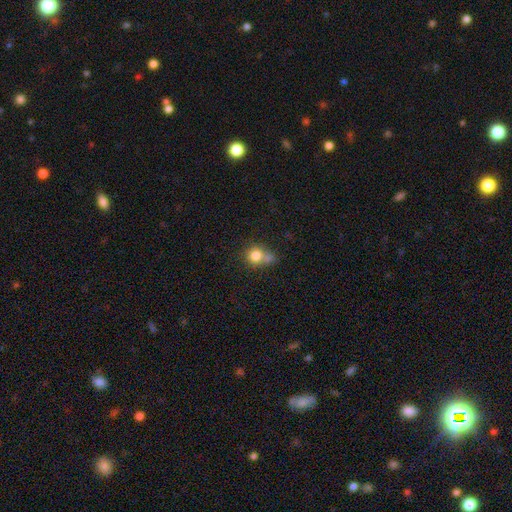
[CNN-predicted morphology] Smooth or featured?
  - smooth: 78% *
  - star or artifact: 11%
  - featured or disk: 11%
How rounded?
  - round: 83% *
  - in between: 16%
  - cigar-shaped: 1%
Merging?
  - none: 41% *
  - merger: 39%
  - minor disturbance: 14%
  - major disturbance: 6%